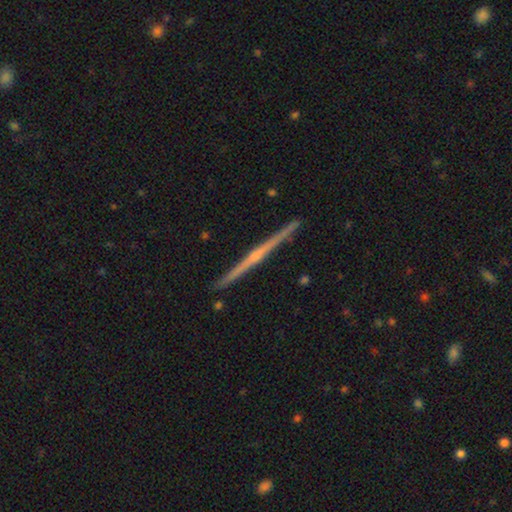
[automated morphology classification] smooth-or-featured: featured or disk: 82% | smooth: 13% | star or artifact: 5%
  disk-edge-on: yes: 99% | no: 1%
    edge-on-bulge: rounded: 63% | none: 30% | boxy: 7%
  merging: none: 93% | minor disturbance: 5% | merger: 1% | major disturbance: 1%